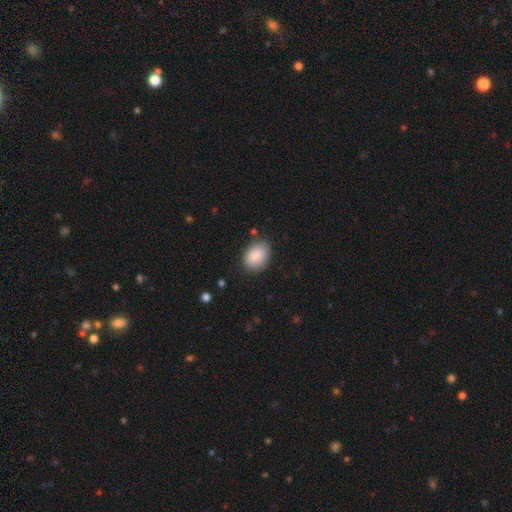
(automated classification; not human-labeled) The model was most divided on "how rounded": in between: 76%, round: 23%, cigar-shaped: 1%. More confident: smooth or featured — smooth (85%); merging — none (80%).